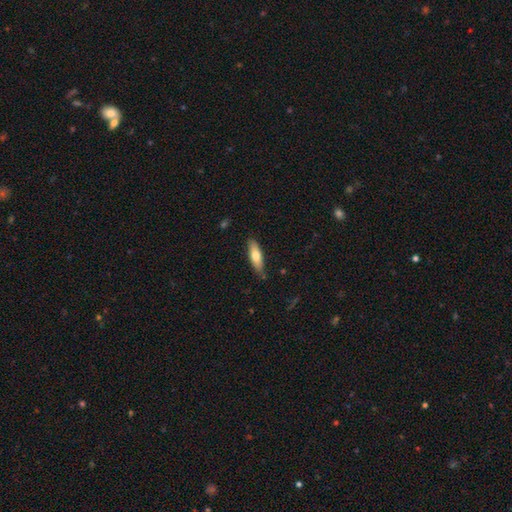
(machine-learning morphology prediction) smooth 69%, featured or disk 25%, star or artifact 6%. Down the decision tree: how rounded — cigar-shaped (52%); merging — none (83%).